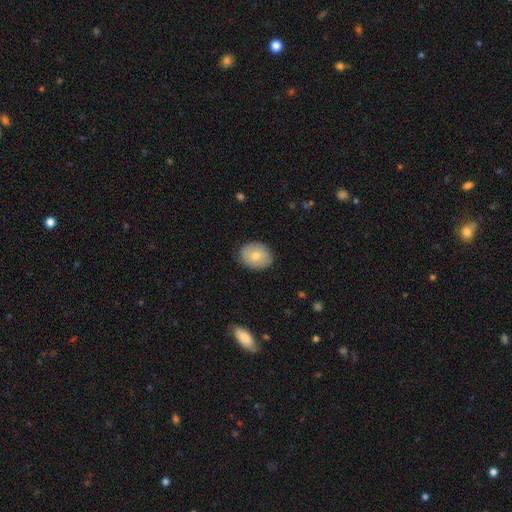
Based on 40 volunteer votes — smooth 68%, featured or disk 25%, star or artifact 8%. Down the decision tree: how rounded — round (56%); merging — none (95%).